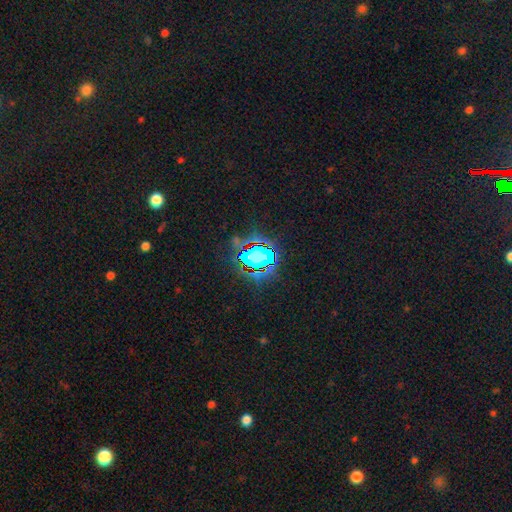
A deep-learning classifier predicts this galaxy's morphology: Q: Smooth or featured?
A: star or artifact (58%); runner-up: smooth (26%)